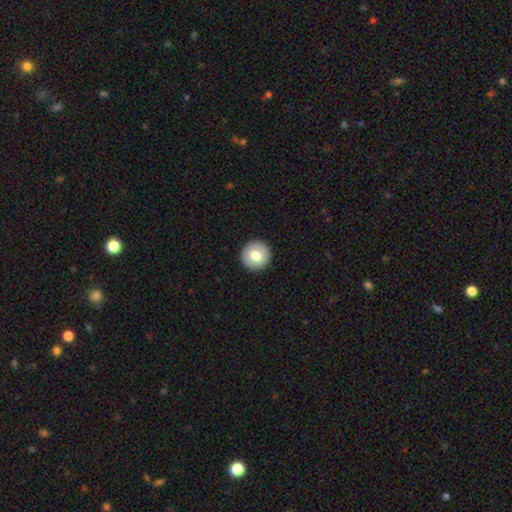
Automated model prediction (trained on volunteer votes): smooth 79%, featured or disk 13%, star or artifact 8%. Down the decision tree: how rounded — round (96%); merging — none (93%).